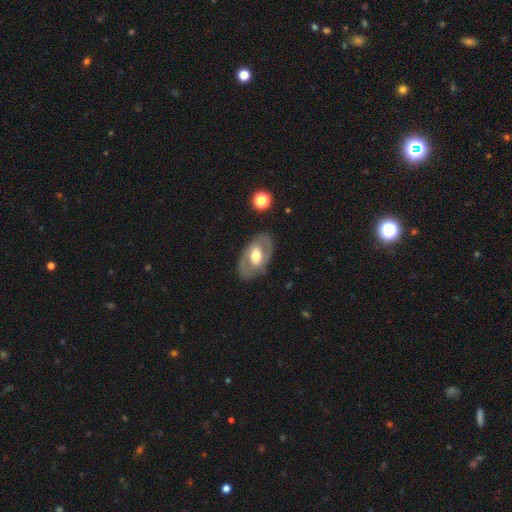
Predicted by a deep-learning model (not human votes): Smooth or featured?
  - featured or disk: 59% *
  - smooth: 35%
  - star or artifact: 5%
Edge-on disk?
  - no: 91% *
  - yes: 9%
Bar?
  - no: 46% *
  - weak: 34%
  - strong: 20%
Spiral arms?
  - no: 63% *
  - yes: 37%
Bulge size?
  - moderate: 64% *
  - large: 24%
  - small: 10%
  - dominant: 2%
  - none: 1%
Merging?
  - none: 81% *
  - minor disturbance: 12%
  - major disturbance: 5%
  - merger: 1%